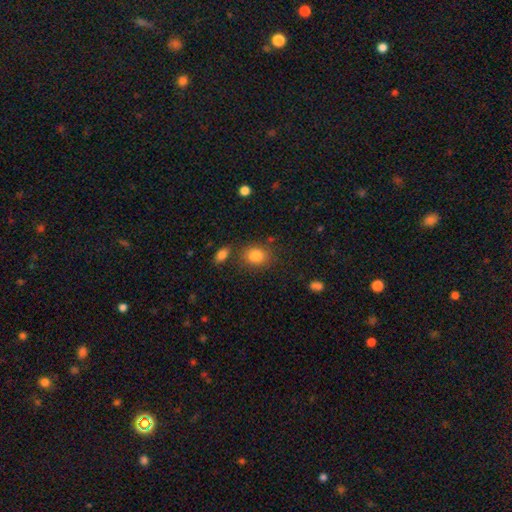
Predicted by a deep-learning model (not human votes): smooth-or-featured: smooth: 84% | star or artifact: 10% | featured or disk: 7%
  how-rounded: round: 50% | in between: 49% | cigar-shaped: 1%
  merging: none: 77% | minor disturbance: 12% | merger: 7% | major disturbance: 4%